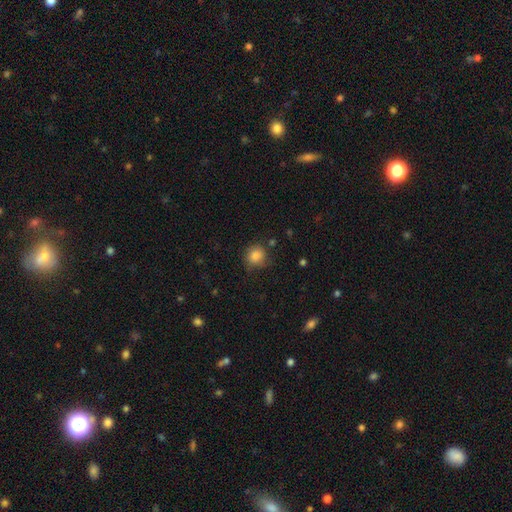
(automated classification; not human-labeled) smooth 85%, star or artifact 10%, featured or disk 5%. Down the decision tree: how rounded — round (88%); merging — none (73%).